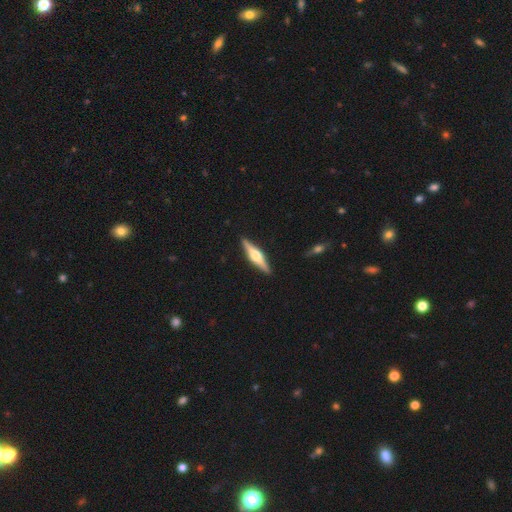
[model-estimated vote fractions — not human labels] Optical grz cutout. It shows a featured or disk galaxy (72%) viewed edge-on (98%) with a rounded central bulge (91%). Merging: none (91%).